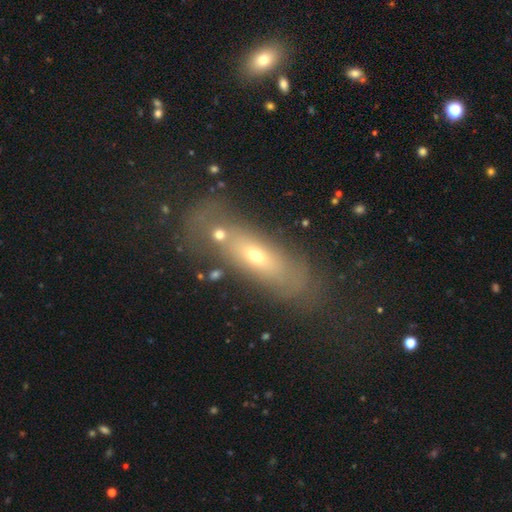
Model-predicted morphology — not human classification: This appears to be a smooth galaxy with no disk features (51%) that is in between round and cigar-shaped (48%). Merging: none (59%).